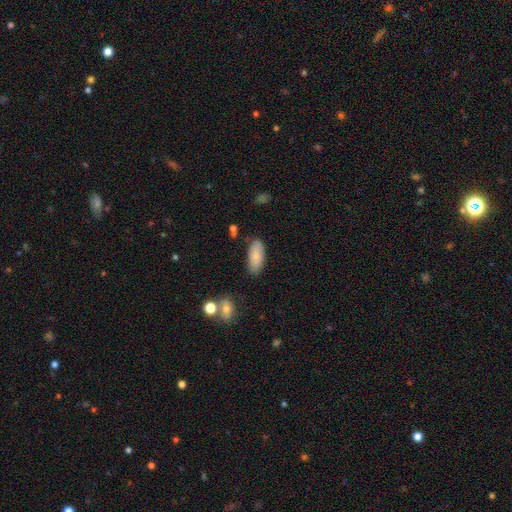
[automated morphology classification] This is clearly a smooth galaxy (84%). How rounded: clearly in between (88%). Merging: clearly none (81%).